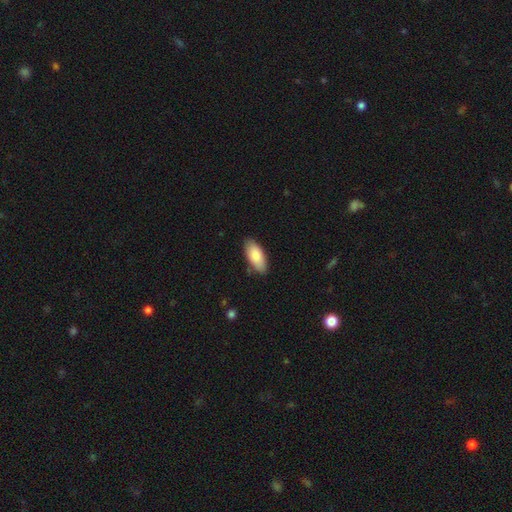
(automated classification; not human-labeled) This is clearly a smooth galaxy (83%). How rounded: clearly in between (88%). Merging: clearly none (83%).